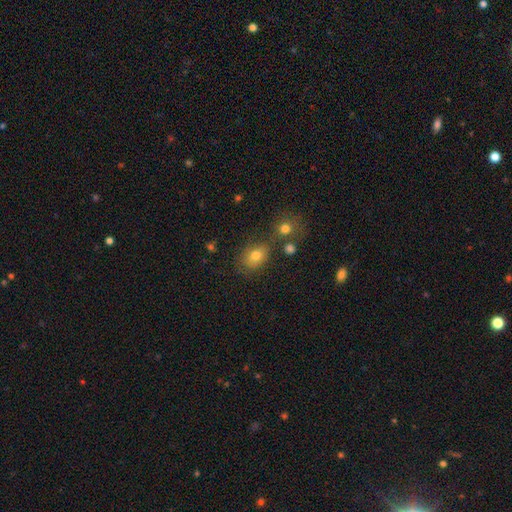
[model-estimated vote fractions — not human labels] Morphology: type=smooth (76%); roundness=in between (65%); merging=none (67%).